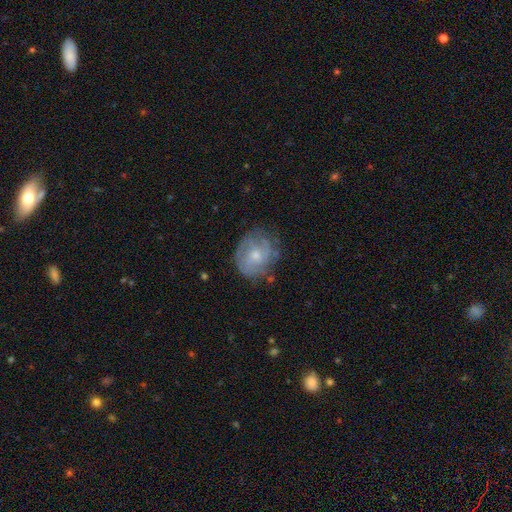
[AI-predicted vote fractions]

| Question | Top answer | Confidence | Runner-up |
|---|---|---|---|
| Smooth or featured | featured or disk | 63% | smooth (30%) |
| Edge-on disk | no | 97% | yes (3%) |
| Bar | no | 74% | weak (23%) |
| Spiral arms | yes | 76% | no (24%) |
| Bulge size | small | 55% | moderate (40%) |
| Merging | none | 68% | minor disturbance (21%) |